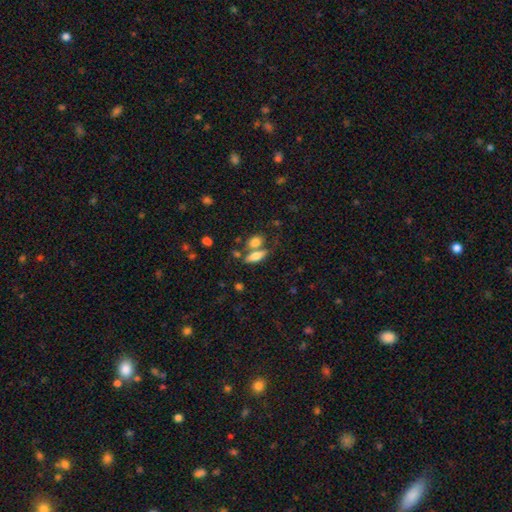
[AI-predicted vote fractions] Smooth or featured? Predicted: smooth (p=0.69). How rounded? Predicted: in between (p=0.65). Merging? Predicted: none (p=0.52).